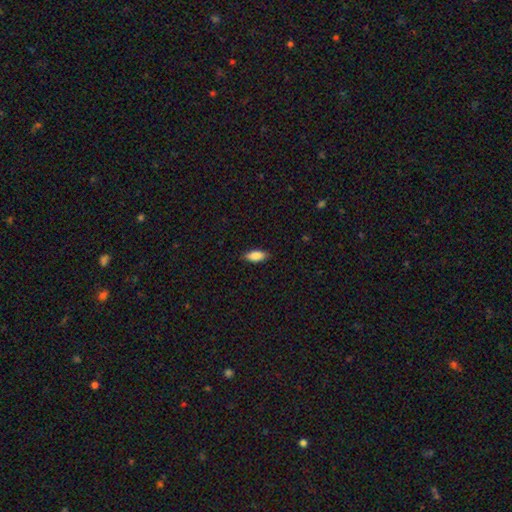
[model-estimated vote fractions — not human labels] Morphology: type=smooth (88%); roundness=in between (87%); merging=none (85%).